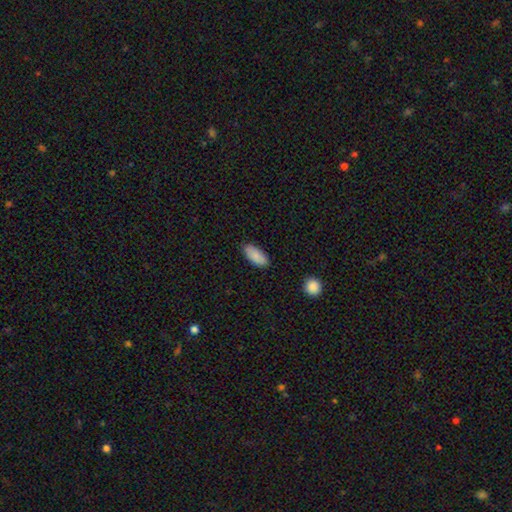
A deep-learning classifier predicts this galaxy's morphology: Smooth or featured: smooth — 88% (star or artifact — 7%)
How rounded: in between — 90% (cigar-shaped — 8%)
Merging: none — 85% (minor disturbance — 11%)